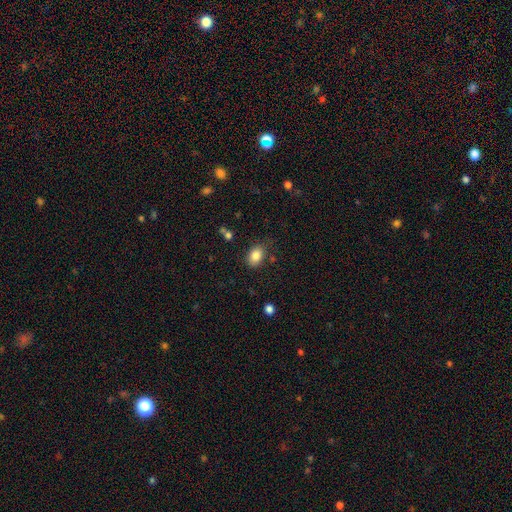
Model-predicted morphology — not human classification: The model was most divided on "how rounded": in between: 78%, round: 21%, cigar-shaped: 1%. More confident: smooth or featured — smooth (84%); merging — none (77%).